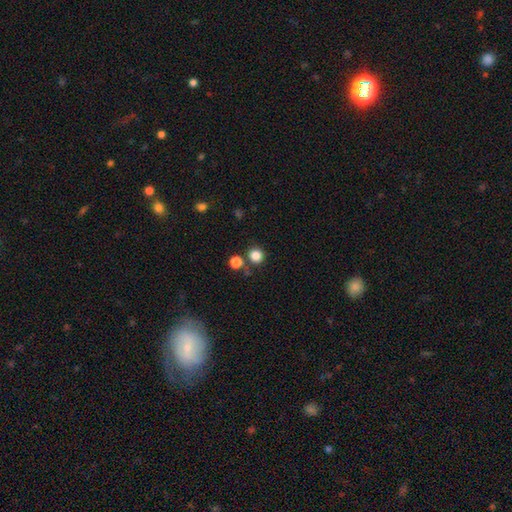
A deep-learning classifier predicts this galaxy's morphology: type=smooth (83%); roundness=round (92%); merging=none (78%).